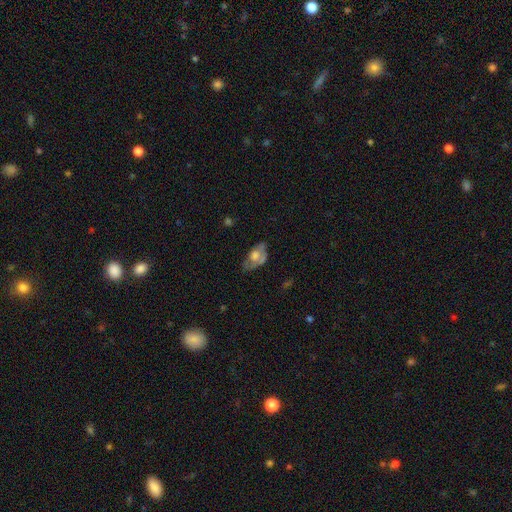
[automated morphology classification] Overall: featured or disk (47%; smooth 44%). Merging: none (37%; minor disturbance 31%).